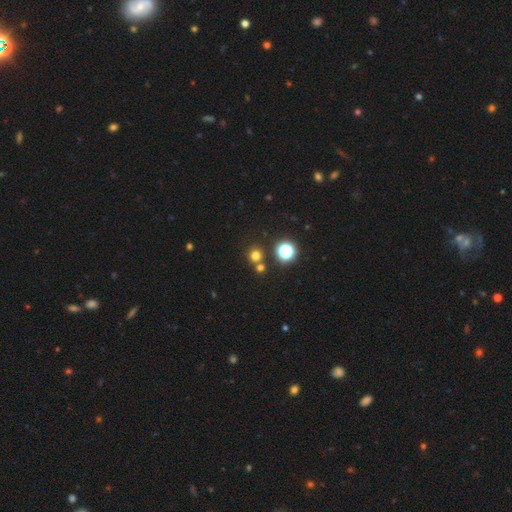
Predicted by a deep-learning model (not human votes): smooth_or_featured: smooth (p=0.70) [alt: star or artifact p=0.24]
how_rounded: round (p=0.91) [alt: in between p=0.08]
merging: none (p=0.73) [alt: merger p=0.18]